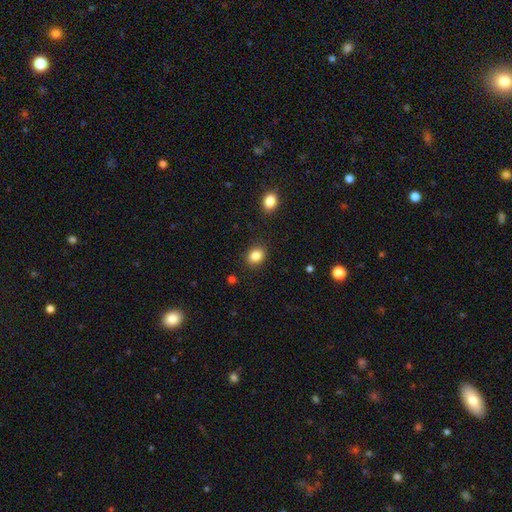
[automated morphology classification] smooth-or-featured: smooth: 85% | star or artifact: 10% | featured or disk: 5%
  how-rounded: in between: 52% | round: 47% | cigar-shaped: 1%
  merging: none: 88% | minor disturbance: 8% | major disturbance: 2% | merger: 2%